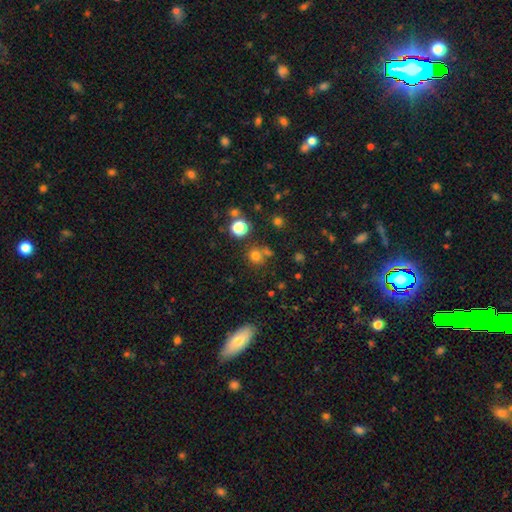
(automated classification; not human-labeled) Smooth or featured? smooth (70%)
How rounded? round (86%)
Merging? none (66%)